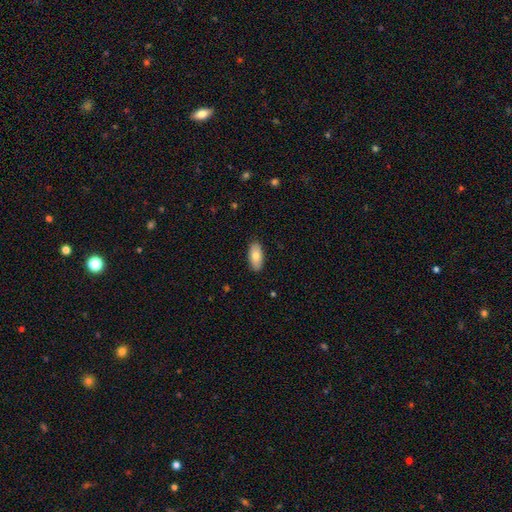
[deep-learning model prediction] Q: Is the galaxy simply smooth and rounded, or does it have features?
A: smooth — 78%.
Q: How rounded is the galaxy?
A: in between — 90%.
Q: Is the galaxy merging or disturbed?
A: none — 88%.